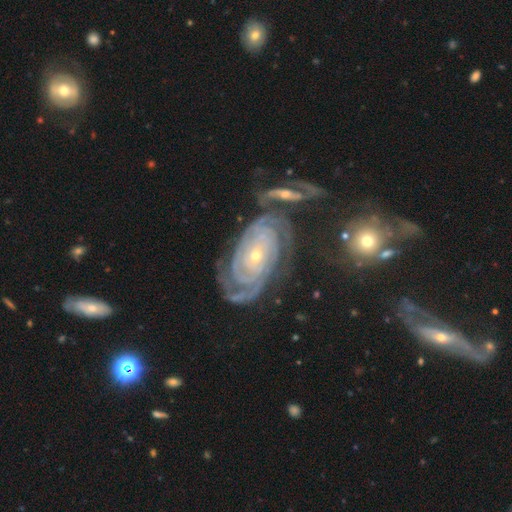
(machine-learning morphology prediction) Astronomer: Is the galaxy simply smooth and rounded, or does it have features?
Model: featured or disk — 90%.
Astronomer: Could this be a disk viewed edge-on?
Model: no — 96%.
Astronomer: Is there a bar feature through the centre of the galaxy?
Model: no — 71%.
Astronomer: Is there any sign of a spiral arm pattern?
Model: yes — 98%.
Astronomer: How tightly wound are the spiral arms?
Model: tight — 83%.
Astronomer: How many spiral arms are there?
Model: can't tell — 24% (runner-up: 3, 23%).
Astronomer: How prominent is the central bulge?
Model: small — 69%.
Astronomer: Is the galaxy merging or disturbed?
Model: none — 62%.